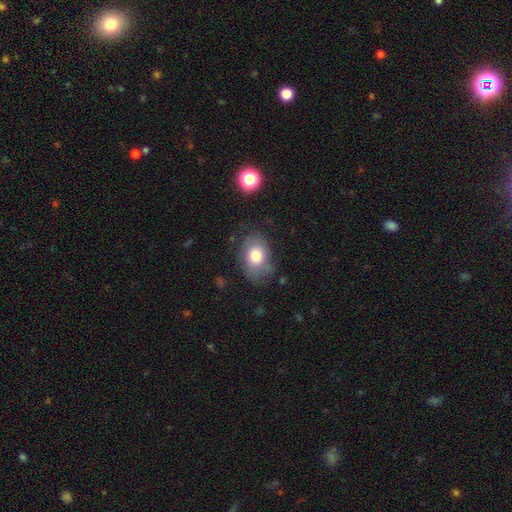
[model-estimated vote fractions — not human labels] smooth-or-featured: smooth: 75% | featured or disk: 16% | star or artifact: 9%
  how-rounded: in between: 75% | round: 24% | cigar-shaped: 1%
  merging: none: 64% | minor disturbance: 24% | major disturbance: 10% | merger: 2%